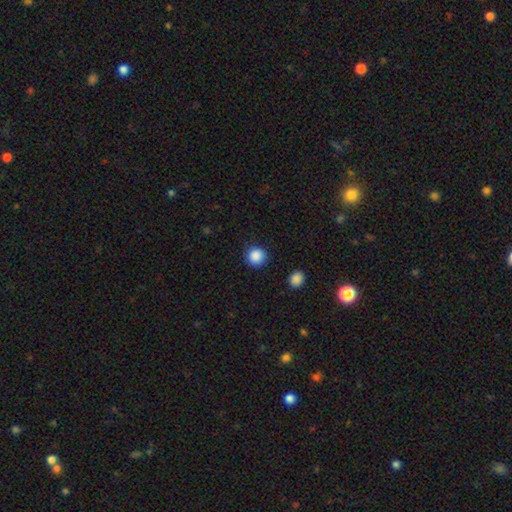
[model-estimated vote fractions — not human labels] The model was most divided on "smooth or featured": smooth: 88%, star or artifact: 9%, featured or disk: 3%. More confident: how rounded — round (94%); merging — none (90%).